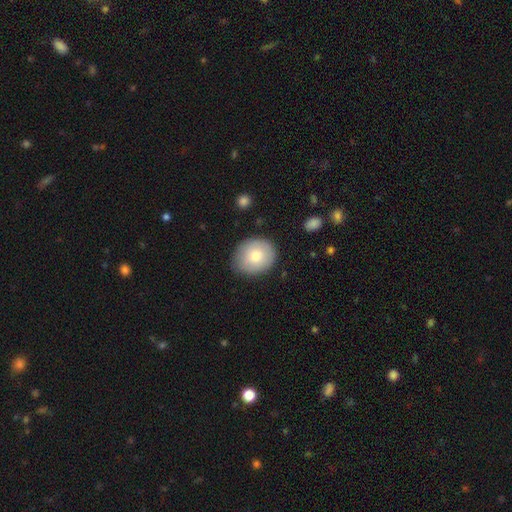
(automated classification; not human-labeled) Q: Smooth or featured?
A: smooth (76%); runner-up: featured or disk (17%)
Q: How rounded?
A: round (66%); runner-up: in between (34%)
Q: Merging?
A: none (79%); runner-up: minor disturbance (16%)